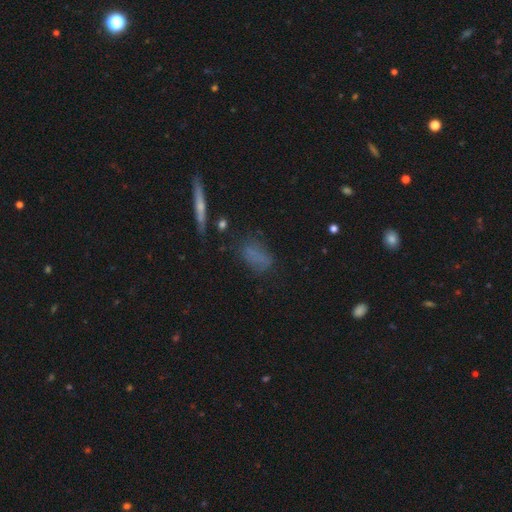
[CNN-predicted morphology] The model was most divided on "merging": none: 65%, minor disturbance: 21%, major disturbance: 9%, merger: 4%. More confident: how rounded — in between (74%); smooth or featured — smooth (67%).